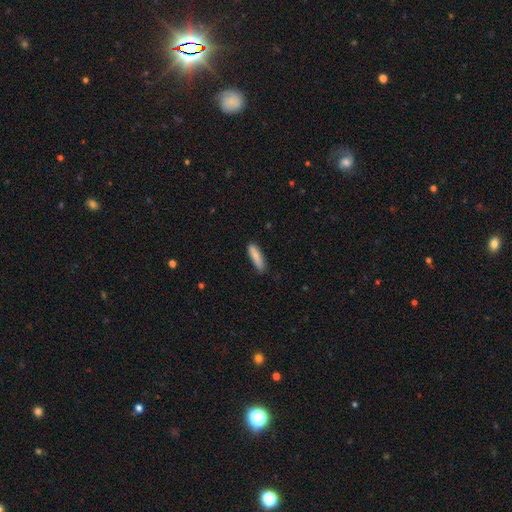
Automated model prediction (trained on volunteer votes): This appears to be a smooth galaxy with no disk features (84%) that is cigar-shaped (68%). Merging: none (83%).